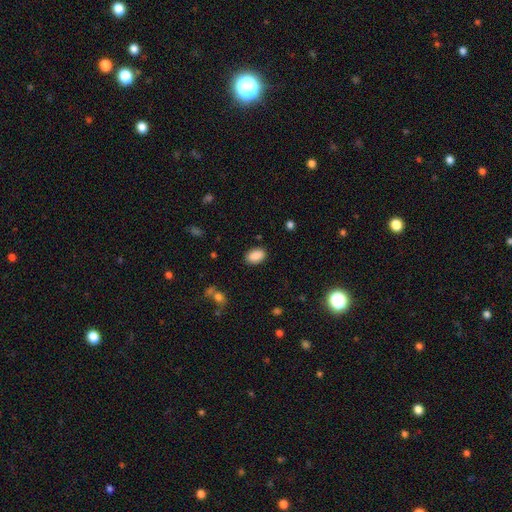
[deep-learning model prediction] This appears to be a smooth galaxy with no disk features (89%) that is in between round and cigar-shaped (89%). Merging: none (87%).